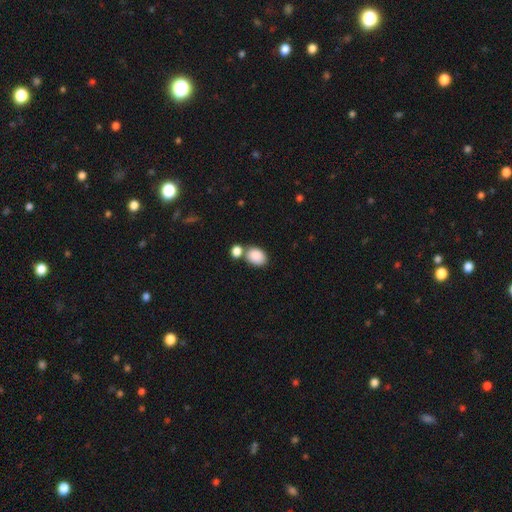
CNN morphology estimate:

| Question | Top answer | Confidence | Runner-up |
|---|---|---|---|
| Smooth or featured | smooth | 87% | star or artifact (8%) |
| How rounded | in between | 74% | round (25%) |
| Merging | none | 55% | merger (31%) |